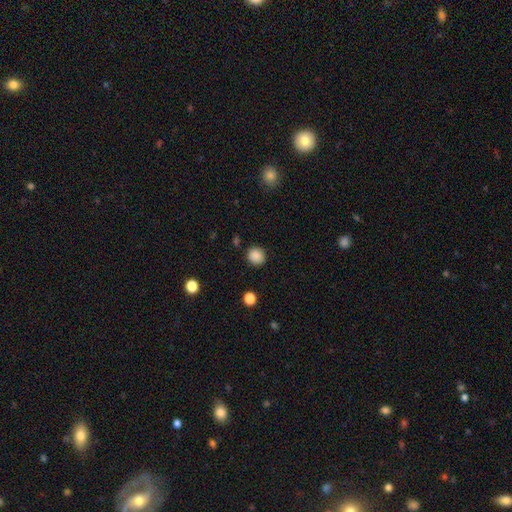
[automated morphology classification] The model was most divided on "smooth or featured": smooth: 87%, star or artifact: 10%, featured or disk: 3%. More confident: how rounded — round (89%); merging — none (88%).